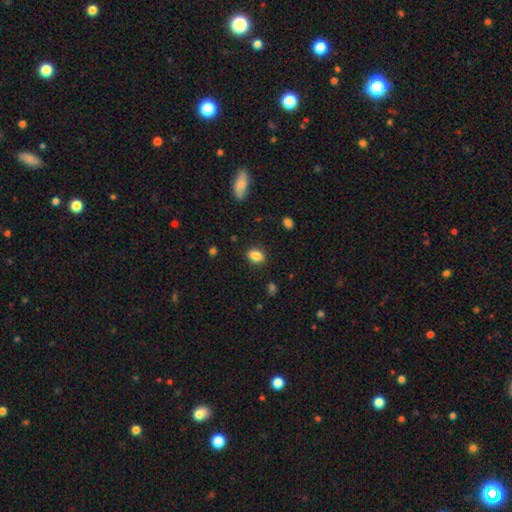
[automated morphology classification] smooth 86%, star or artifact 9%, featured or disk 5%. Down the decision tree: how rounded — in between (81%); merging — none (86%).